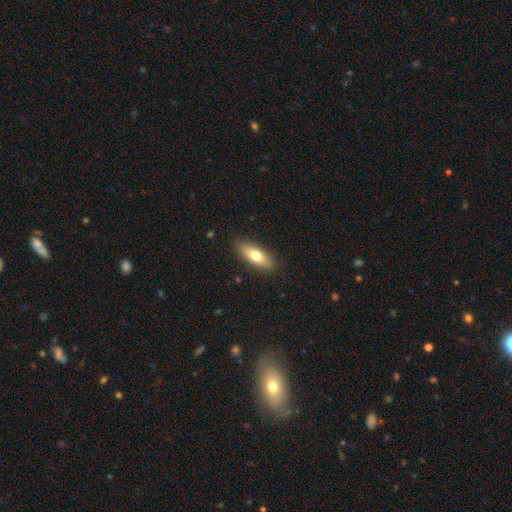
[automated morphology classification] Smooth or featured? Predicted: smooth (p=0.73). How rounded? Predicted: in between (p=0.67). Merging? Predicted: none (p=0.88).